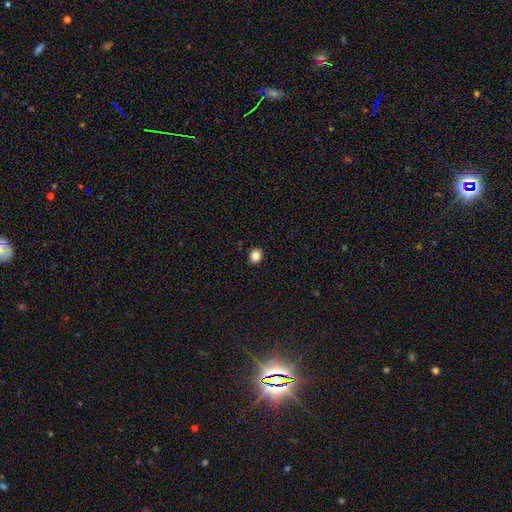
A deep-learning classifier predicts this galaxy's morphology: type=smooth (84%); roundness=round (82%); merging=none (92%).